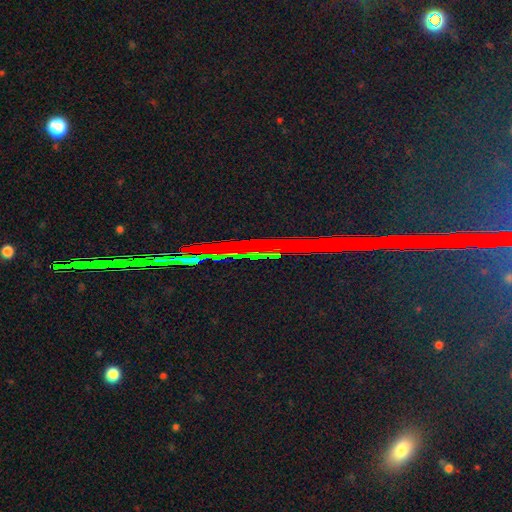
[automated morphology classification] smooth_or_featured: star or artifact (p=0.84) [alt: featured or disk p=0.09]